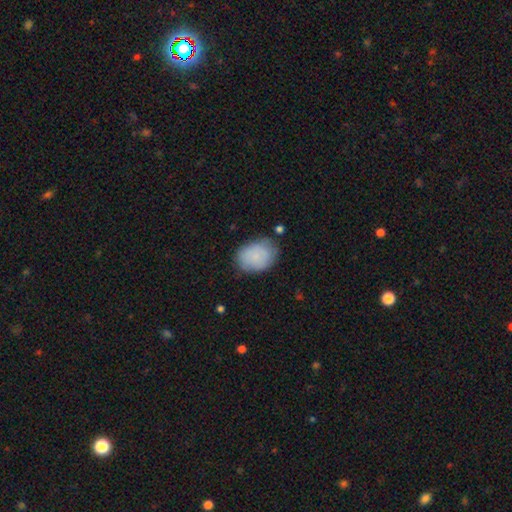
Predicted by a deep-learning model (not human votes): This appears to be a smooth galaxy with no disk features (81%) that is in between round and cigar-shaped (72%). Merging: none (70%).